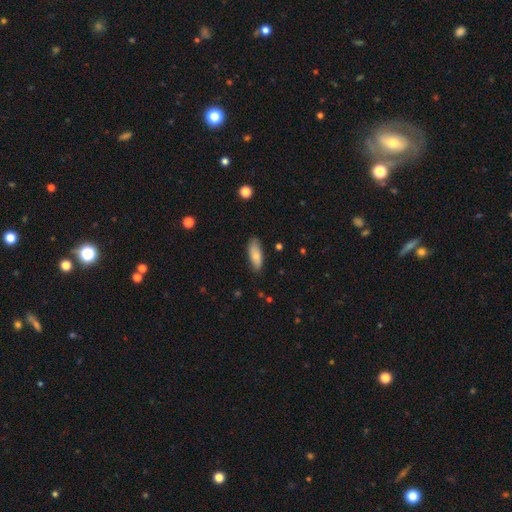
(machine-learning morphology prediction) The model was most divided on "how rounded": in between: 73%, cigar-shaped: 25%, round: 2%. More confident: merging — none (78%); smooth or featured — smooth (77%).